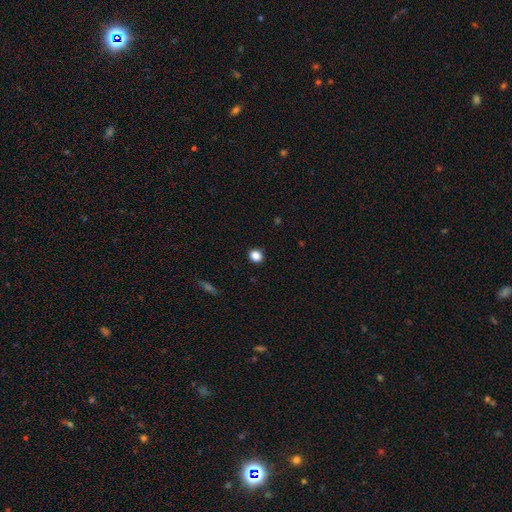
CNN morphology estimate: This appears to be a smooth galaxy with no disk features (86%) that is round (73%). Merging: none (91%).